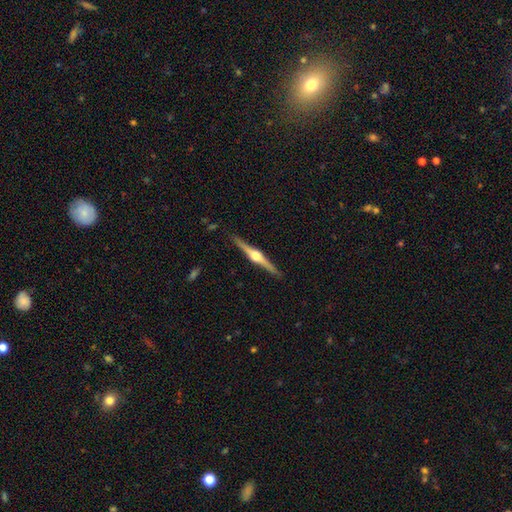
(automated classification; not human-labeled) The model was most divided on "smooth or featured": featured or disk: 84%, smooth: 11%, star or artifact: 5%. More confident: edge-on disk — yes (99%); edge-on bulge — rounded (96%); merging — none (91%).